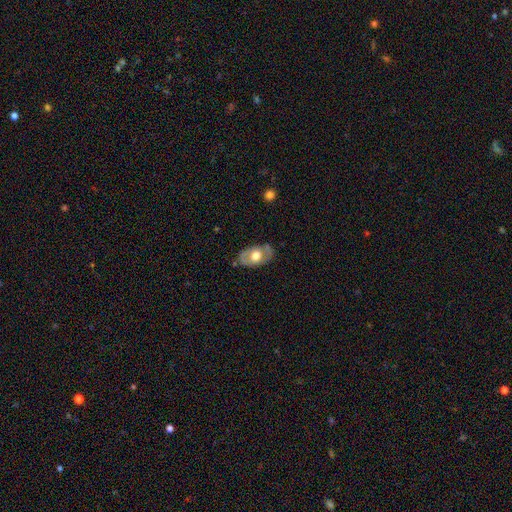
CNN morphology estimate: Overall: smooth (48%; featured or disk 47%). Merging: none (74%).